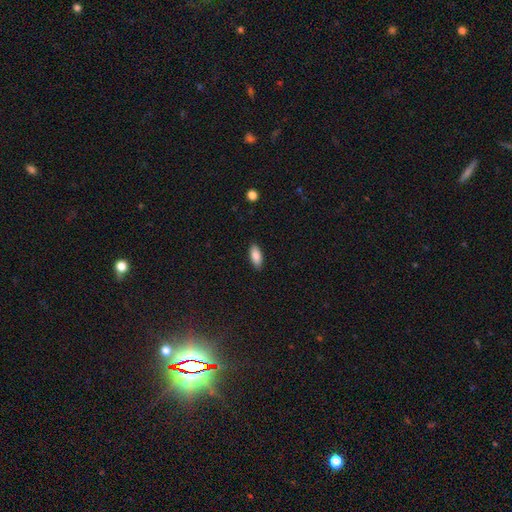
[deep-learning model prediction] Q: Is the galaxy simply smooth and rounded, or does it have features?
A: smooth — 87%.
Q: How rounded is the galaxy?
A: in between — 84%.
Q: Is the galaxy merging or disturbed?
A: none — 89%.